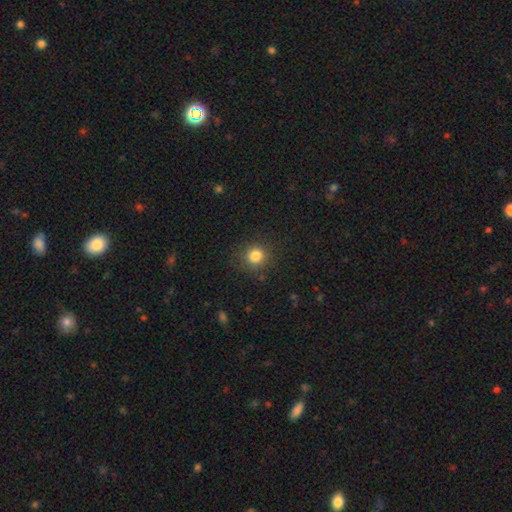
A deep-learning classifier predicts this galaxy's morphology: Overall: smooth (82%). How rounded: round (90%). Merging: none (88%).